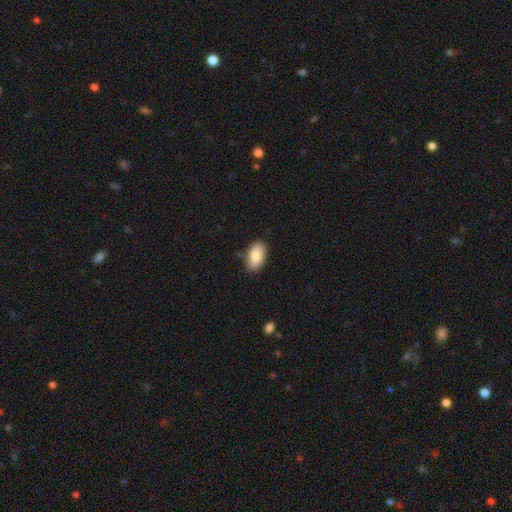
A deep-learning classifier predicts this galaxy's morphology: The model was most divided on "merging": none: 84%, minor disturbance: 12%, major disturbance: 2%, merger: 2%. More confident: how rounded — in between (93%); smooth or featured — smooth (84%).